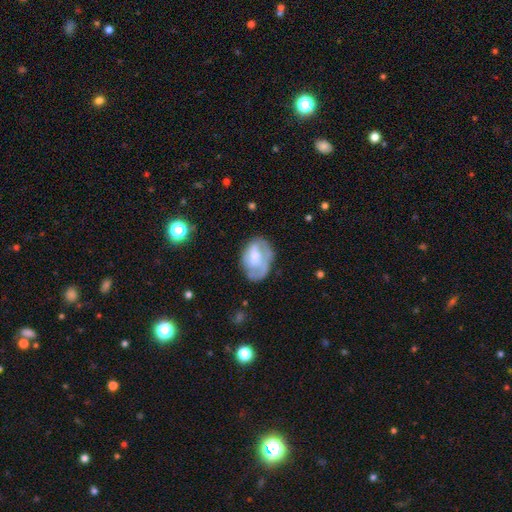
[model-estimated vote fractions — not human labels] Smooth or featured: featured or disk — 48% (smooth — 45%)
Merging: none — 52% (minor disturbance — 28%)